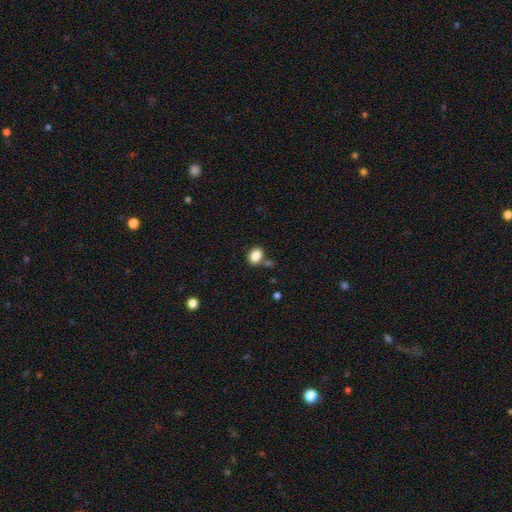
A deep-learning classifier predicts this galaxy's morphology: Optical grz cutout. It shows a smooth galaxy with no disk features (86%) that is in between round and cigar-shaped (66%). Merging: none (72%).